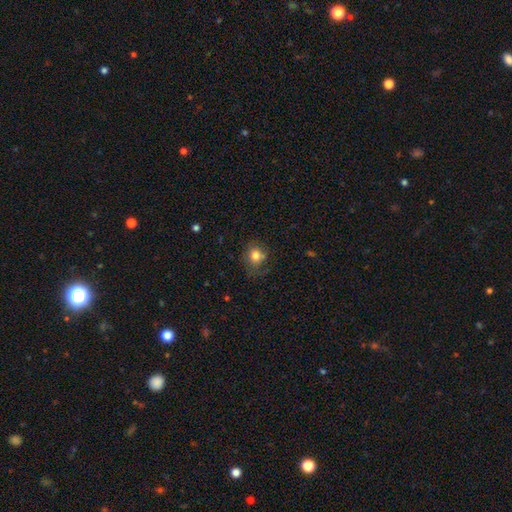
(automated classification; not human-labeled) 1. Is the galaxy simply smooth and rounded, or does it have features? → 80% smooth, 11% star or artifact, 9% featured or disk.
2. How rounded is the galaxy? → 73% round, 26% in between, 1% cigar-shaped.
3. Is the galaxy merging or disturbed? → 64% none, 22% minor disturbance, 8% major disturbance, 6% merger.